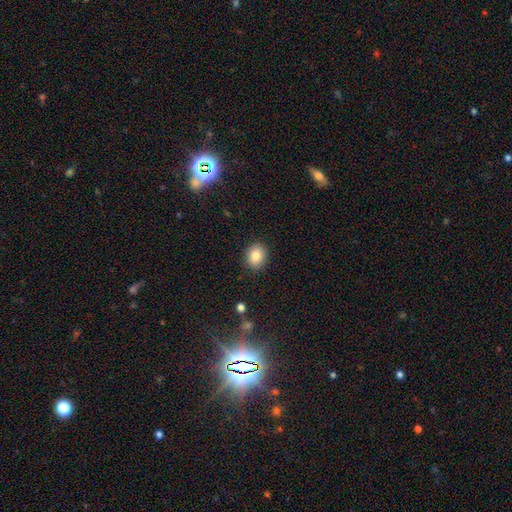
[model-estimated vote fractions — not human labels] Smooth or featured?
  - smooth: 85% *
  - star or artifact: 9%
  - featured or disk: 6%
How rounded?
  - in between: 50% *
  - round: 49%
  - cigar-shaped: 1%
Merging?
  - none: 88% *
  - minor disturbance: 8%
  - major disturbance: 2%
  - merger: 1%